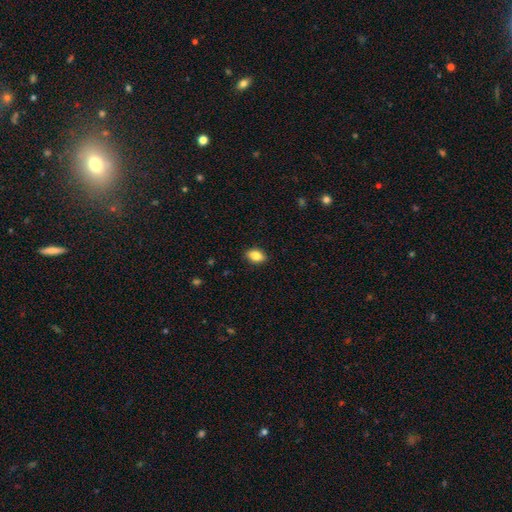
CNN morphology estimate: This is clearly a smooth galaxy (84%). How rounded: clearly in between (84%). Merging: clearly none (87%).